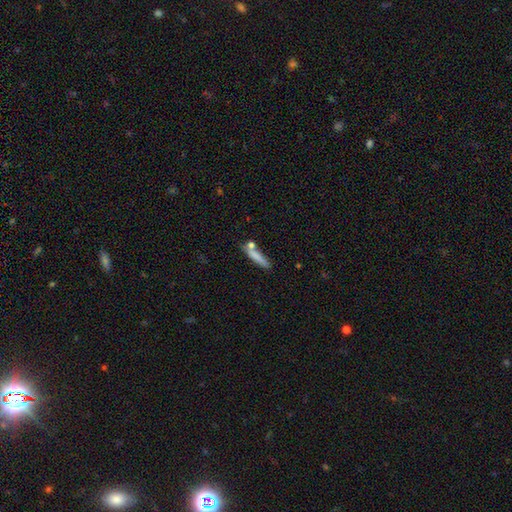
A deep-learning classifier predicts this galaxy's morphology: Smooth or featured?
  - smooth: 76% *
  - featured or disk: 17%
  - star or artifact: 7%
How rounded?
  - cigar-shaped: 86% *
  - in between: 11%
  - round: 3%
Merging?
  - none: 67% *
  - merger: 14%
  - minor disturbance: 14%
  - major disturbance: 4%